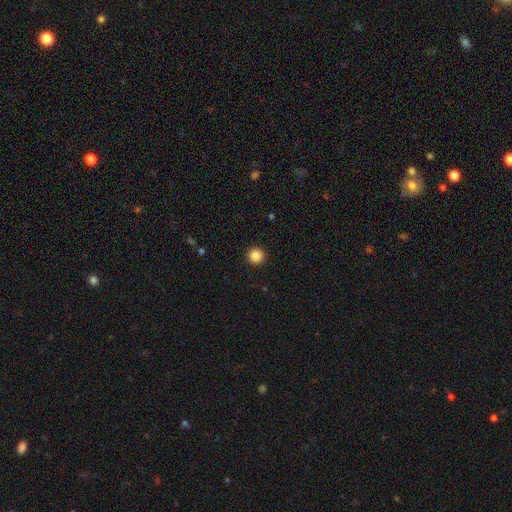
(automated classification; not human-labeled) Smooth or featured?
  - smooth: 87% *
  - star or artifact: 10%
  - featured or disk: 3%
How rounded?
  - round: 95% *
  - in between: 4%
  - cigar-shaped: 1%
Merging?
  - none: 93% *
  - minor disturbance: 4%
  - major disturbance: 2%
  - merger: 1%